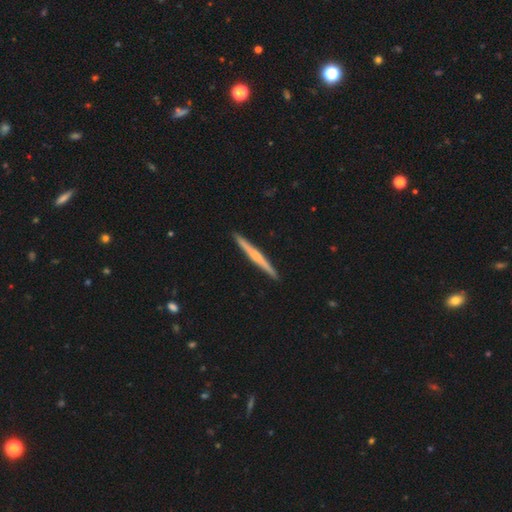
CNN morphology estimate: This appears to be a featured or disk galaxy (59%) viewed edge-on (98%) with no central bulge (45%). Merging: none (93%).